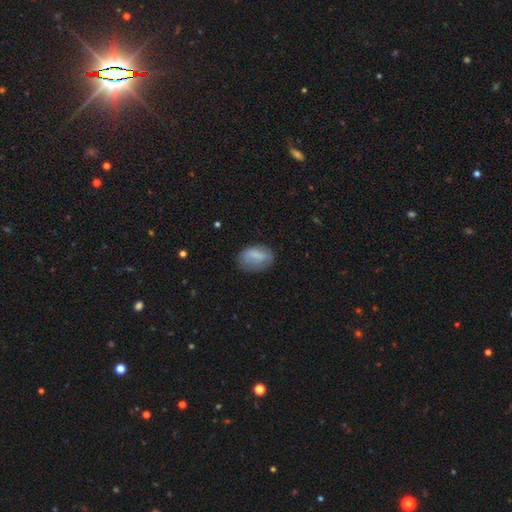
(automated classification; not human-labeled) smooth_or_featured: smooth (p=0.77) [alt: featured or disk p=0.15]
how_rounded: in between (p=0.87) [alt: round p=0.12]
merging: none (p=0.65) [alt: minor disturbance p=0.25]